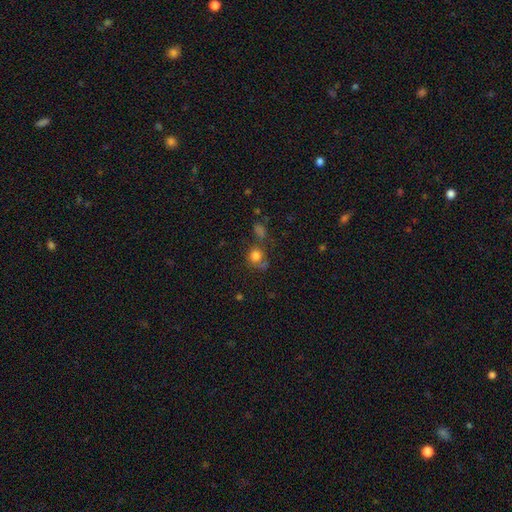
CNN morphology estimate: smooth 78%, star or artifact 13%, featured or disk 9%. Down the decision tree: how rounded — round (82%); merging — none (55%).